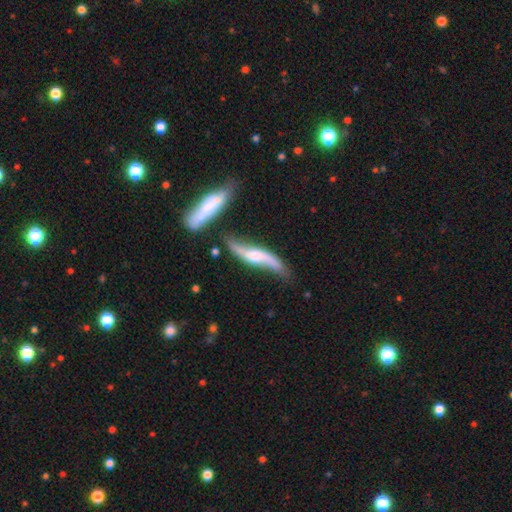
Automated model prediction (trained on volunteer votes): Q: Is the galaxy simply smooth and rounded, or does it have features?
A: featured or disk — 79%.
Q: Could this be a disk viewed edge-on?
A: no — 68%.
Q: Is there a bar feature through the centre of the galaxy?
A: no — 54%.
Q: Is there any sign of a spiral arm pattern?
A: yes — 92%.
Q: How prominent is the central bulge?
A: moderate — 46%.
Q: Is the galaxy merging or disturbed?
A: none — 56%.